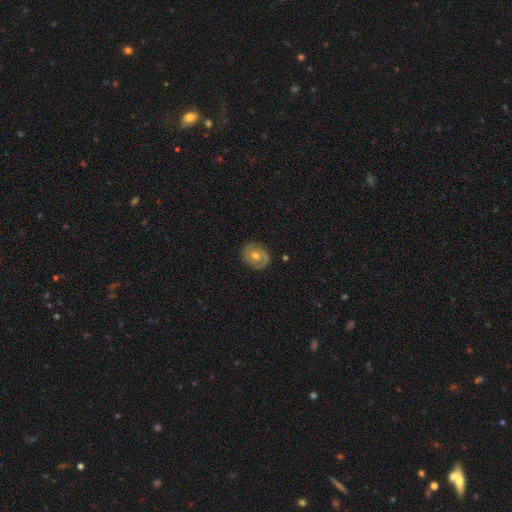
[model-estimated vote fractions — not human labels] Morphology: type=featured or disk (59%); edge-on=no (96%); bar=no (77%); spiral arms=yes (66%); bulge=moderate (67%); merging=none (84%).